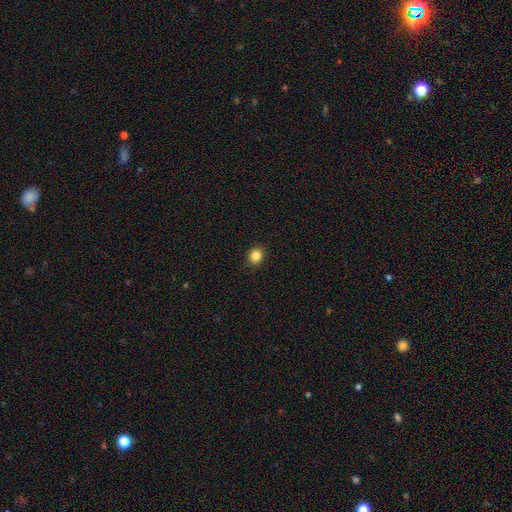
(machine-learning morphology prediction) type=smooth (85%); roundness=round (79%); merging=none (91%).